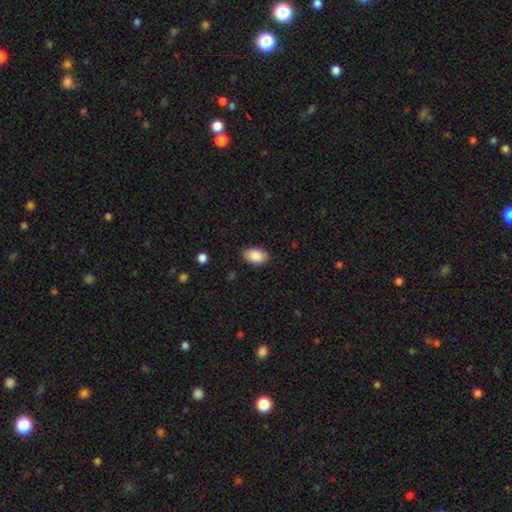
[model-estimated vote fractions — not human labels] Overall: smooth (89%). How rounded: in between (92%). Merging: none (86%).